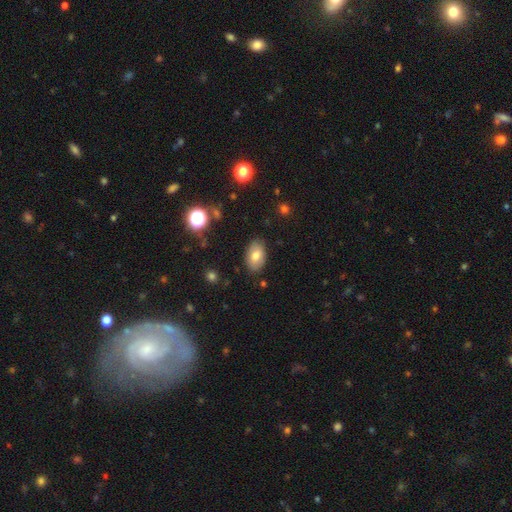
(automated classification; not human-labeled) Smooth or featured?
  - smooth: 75% *
  - featured or disk: 16%
  - star or artifact: 9%
How rounded?
  - in between: 91% *
  - round: 8%
  - cigar-shaped: 1%
Merging?
  - none: 85% *
  - minor disturbance: 11%
  - major disturbance: 3%
  - merger: 1%